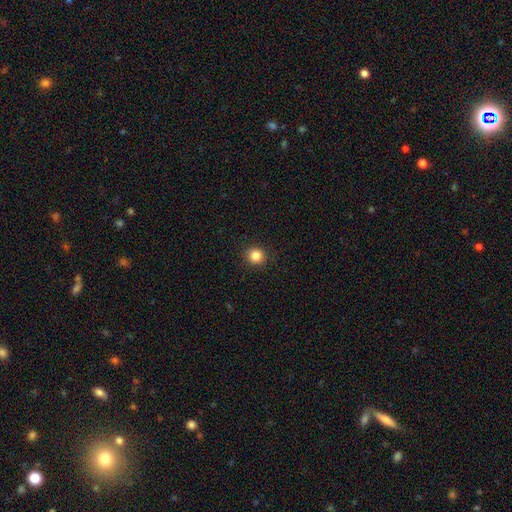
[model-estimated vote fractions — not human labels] The model was most divided on "smooth or featured": smooth: 85%, star or artifact: 11%, featured or disk: 4%. More confident: merging — none (92%); how rounded — round (92%).